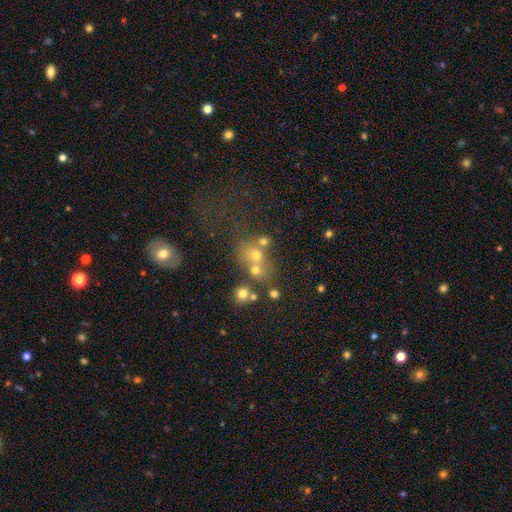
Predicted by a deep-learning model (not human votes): Smooth or featured? smooth (55%)
How rounded? round (66%)
Merging? merger (41%)